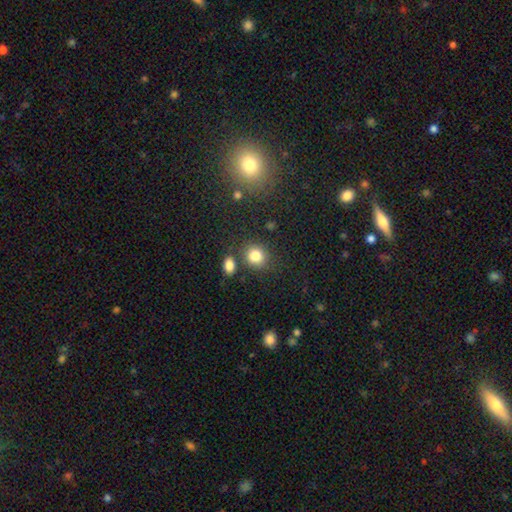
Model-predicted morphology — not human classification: This appears to be a smooth galaxy with no disk features (83%) that is round (75%). Merging: none (74%).